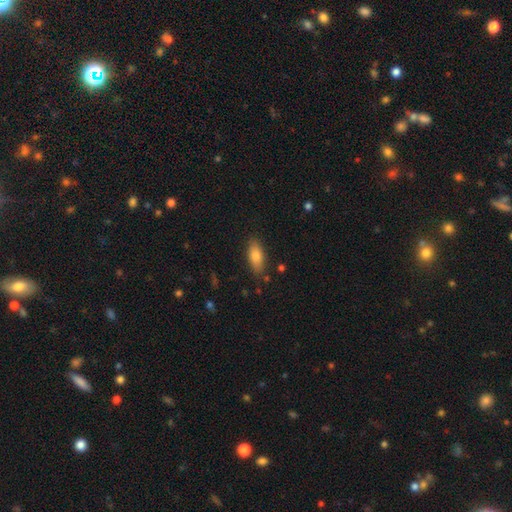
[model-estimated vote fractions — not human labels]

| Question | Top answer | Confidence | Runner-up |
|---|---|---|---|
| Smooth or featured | smooth | 81% | featured or disk (12%) |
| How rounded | in between | 79% | cigar-shaped (19%) |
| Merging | none | 83% | minor disturbance (12%) |